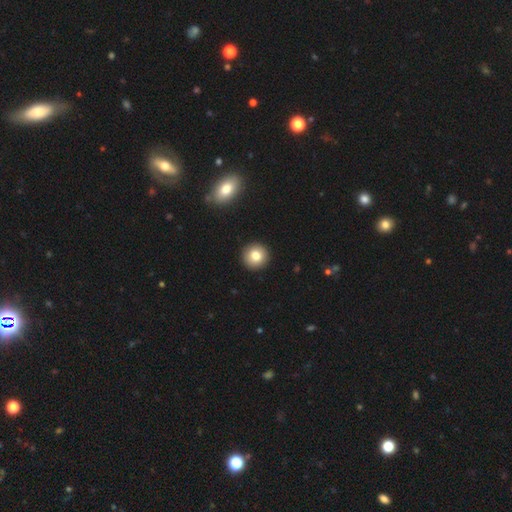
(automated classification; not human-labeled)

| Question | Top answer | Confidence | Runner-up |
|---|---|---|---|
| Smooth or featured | smooth | 81% | featured or disk (10%) |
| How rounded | round | 94% | in between (5%) |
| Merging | none | 93% | minor disturbance (4%) |